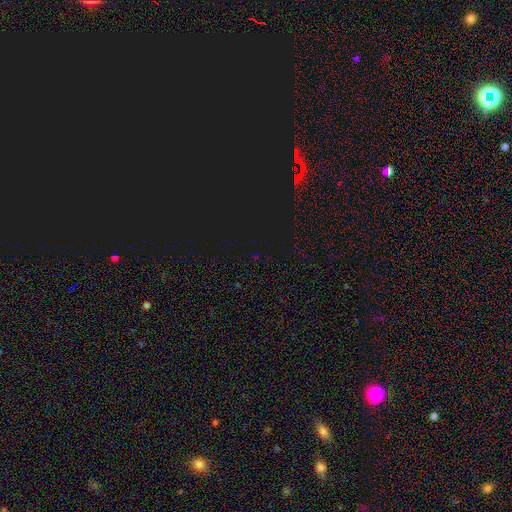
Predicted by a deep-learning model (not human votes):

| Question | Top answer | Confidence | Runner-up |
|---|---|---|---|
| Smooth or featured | star or artifact | 76% | smooth (17%) |